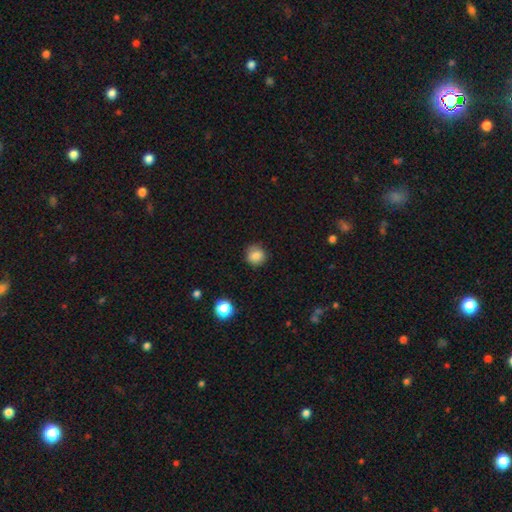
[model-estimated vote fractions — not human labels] Smooth or featured? smooth (84%)
How rounded? round (88%)
Merging? none (84%)